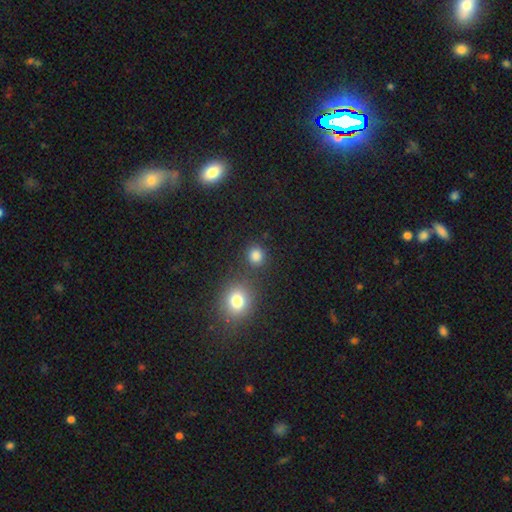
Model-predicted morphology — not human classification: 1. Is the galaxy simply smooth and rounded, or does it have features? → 82% smooth, 14% star or artifact, 4% featured or disk.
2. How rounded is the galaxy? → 84% round, 15% in between, 1% cigar-shaped.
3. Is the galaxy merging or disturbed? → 79% none, 9% merger, 8% minor disturbance, 3% major disturbance.